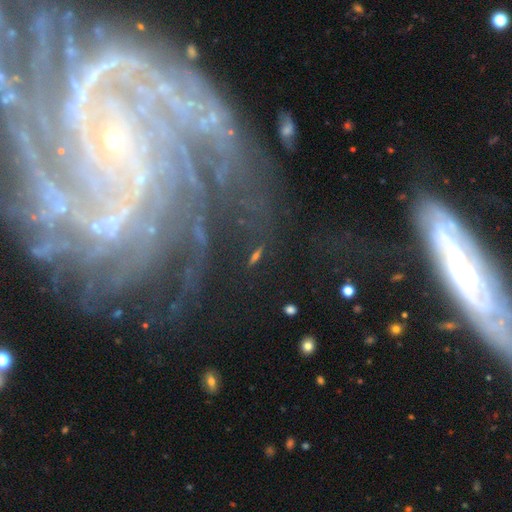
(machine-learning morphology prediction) smooth_or_featured: featured or disk (p=0.55) [alt: star or artifact p=0.24]
disk_edge_on: no (p=0.80) [alt: yes p=0.20]
merging: none (p=0.72) [alt: minor disturbance p=0.14]